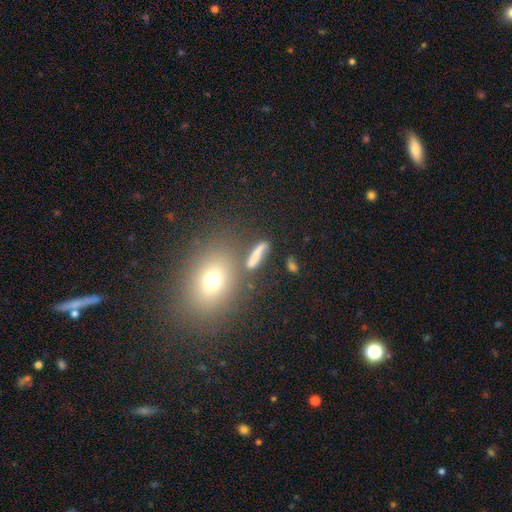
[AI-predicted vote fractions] Q: Smooth or featured?
A: smooth (66%); runner-up: featured or disk (20%)
Q: How rounded?
A: cigar-shaped (63%); runner-up: in between (28%)
Q: Merging?
A: none (61%); runner-up: minor disturbance (15%)